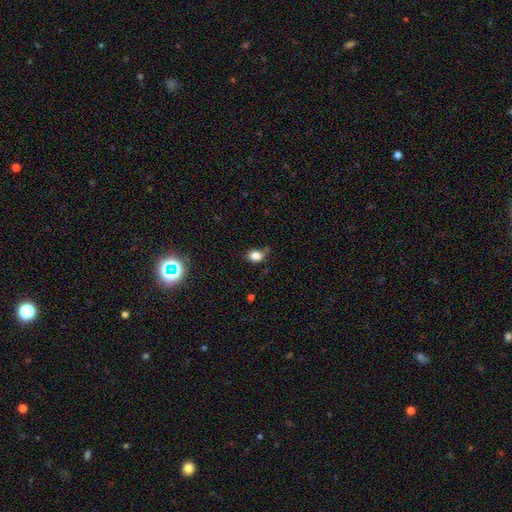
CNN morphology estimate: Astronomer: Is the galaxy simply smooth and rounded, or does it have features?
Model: smooth — 83%.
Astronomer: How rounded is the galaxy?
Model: in between — 69%.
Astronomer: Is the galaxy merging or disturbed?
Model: none — 64%.